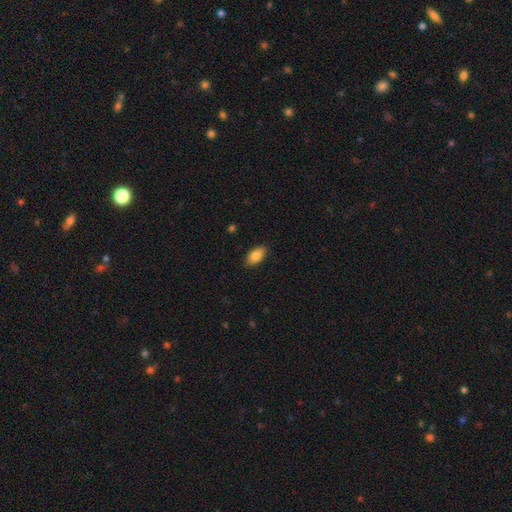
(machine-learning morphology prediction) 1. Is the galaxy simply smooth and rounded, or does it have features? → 84% smooth, 9% featured or disk, 7% star or artifact.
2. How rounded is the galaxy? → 93% in between, 4% round, 4% cigar-shaped.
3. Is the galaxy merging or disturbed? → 89% none, 8% minor disturbance, 2% major disturbance, 1% merger.